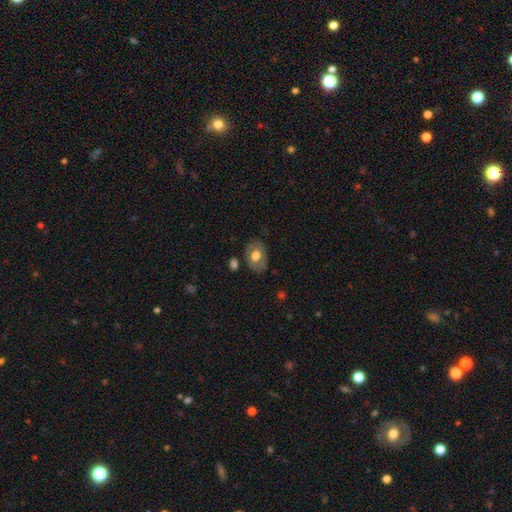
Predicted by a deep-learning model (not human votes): The model was most divided on "smooth or featured": smooth: 55%, featured or disk: 39%, star or artifact: 6%. More confident: how rounded — in between (76%); merging — none (75%).